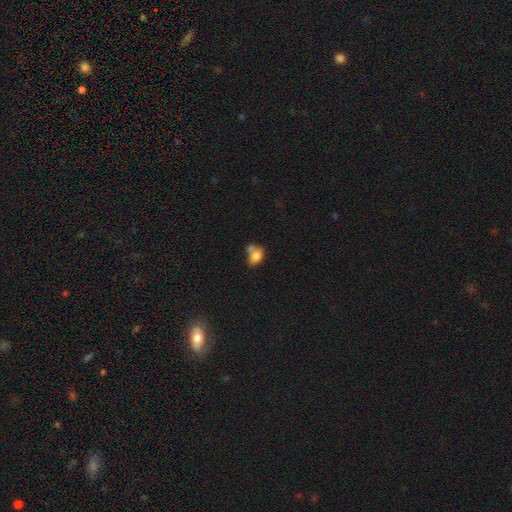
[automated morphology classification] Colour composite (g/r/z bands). It shows a smooth galaxy with no disk features (77%) that is in between round and cigar-shaped (81%). Merging: merger (44%).